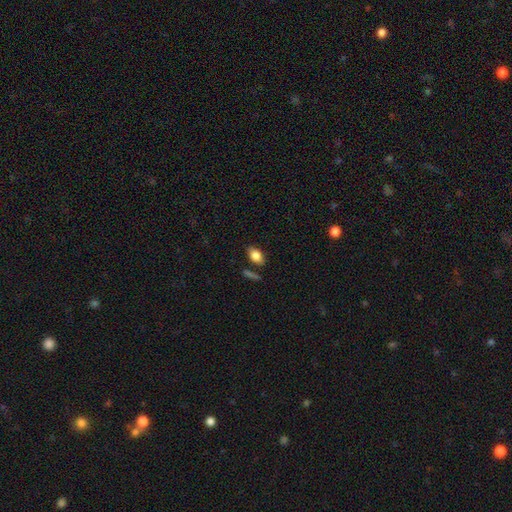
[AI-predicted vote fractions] Smooth or featured? Predicted: smooth (p=0.81). How rounded? Predicted: in between (p=0.87). Merging? Predicted: none (p=0.77).